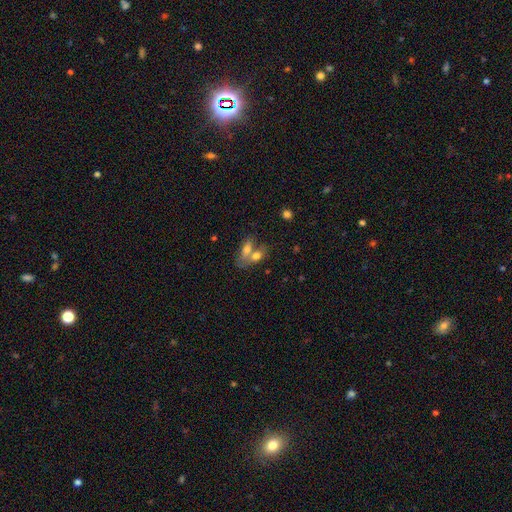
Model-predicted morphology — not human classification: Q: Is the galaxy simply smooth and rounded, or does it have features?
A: smooth — 69%.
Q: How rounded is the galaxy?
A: in between — 77%.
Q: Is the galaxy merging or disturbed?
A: merger — 60%.